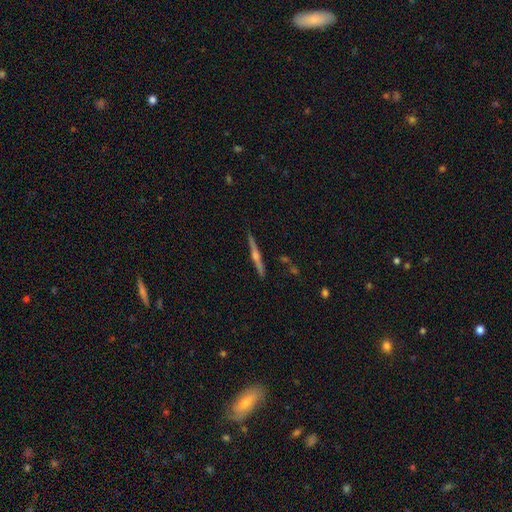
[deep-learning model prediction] A featured or disk galaxy (78%) viewed edge-on (98%) with a rounded central bulge (84%). Merging: none (89%).